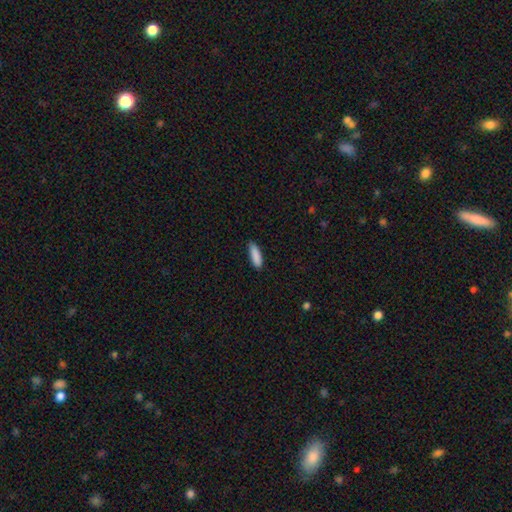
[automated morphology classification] Q: Smooth or featured?
A: smooth (90%); runner-up: star or artifact (6%)
Q: How rounded?
A: cigar-shaped (52%); runner-up: in between (46%)
Q: Merging?
A: none (85%); runner-up: minor disturbance (12%)